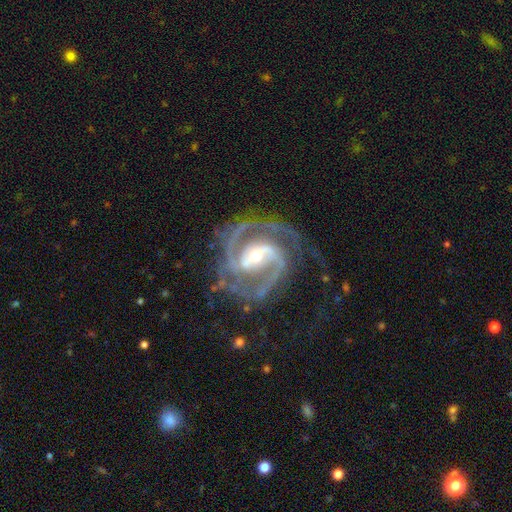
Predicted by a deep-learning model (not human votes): featured or disk 93%, star or artifact 5%, smooth 2%. Down the decision tree: edge-on disk — no (98%); bar — strong (40%); spiral arms — yes (99%); spiral arm count — 2 (70%); spiral winding — medium (54%); bulge size — small (50%); merging — none (68%).